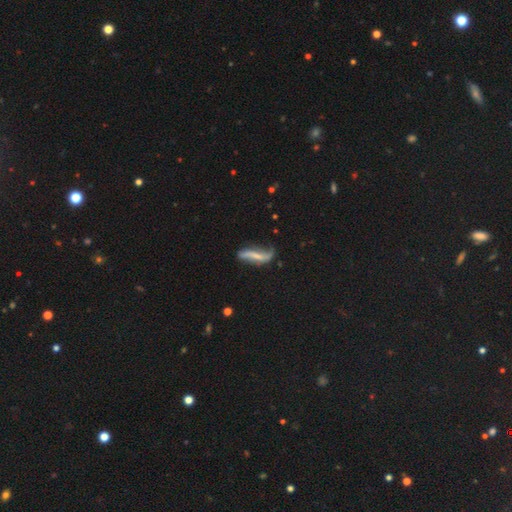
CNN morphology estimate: Overall: featured or disk (61%; smooth 31%). Edge-on disk: no (74%). Merging: none (47%; minor disturbance 30%).